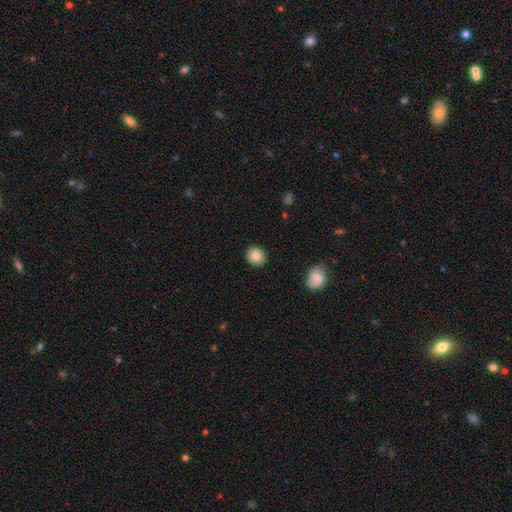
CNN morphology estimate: The model was most divided on "how rounded": round: 80%, in between: 19%, cigar-shaped: 1%. More confident: merging — none (90%); smooth or featured — smooth (81%).